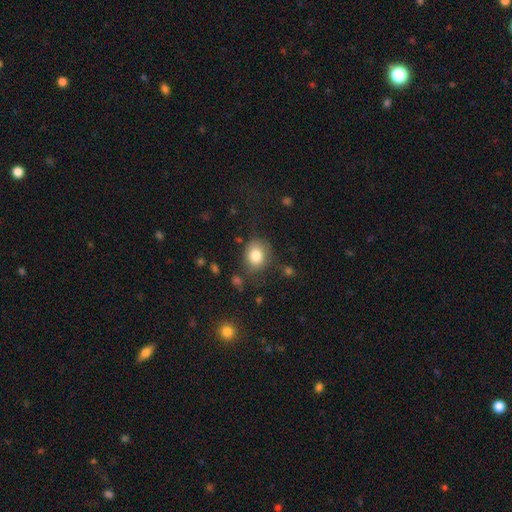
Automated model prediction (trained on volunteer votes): The model was most divided on "how rounded": round: 58%, in between: 41%, cigar-shaped: 1%. More confident: smooth or featured — smooth (81%); merging — none (73%).